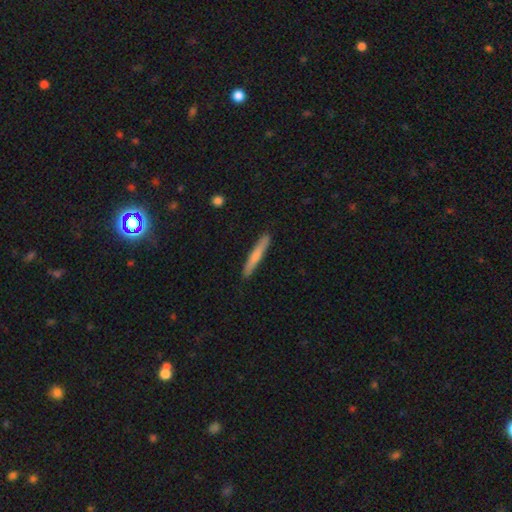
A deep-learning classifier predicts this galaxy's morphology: smooth 64%, featured or disk 31%, star or artifact 5%. Down the decision tree: how rounded — cigar-shaped (95%); merging — none (90%).